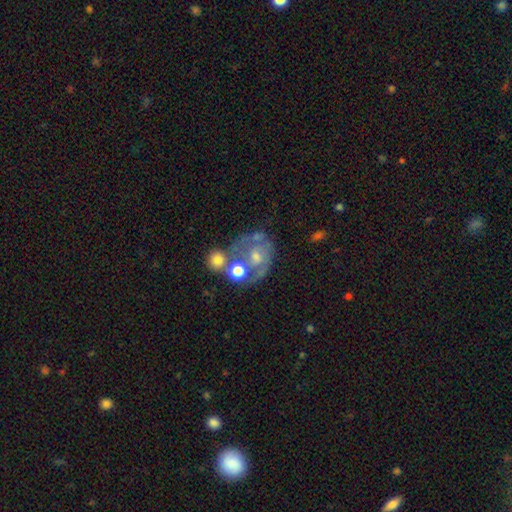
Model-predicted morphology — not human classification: Q: Smooth or featured?
A: featured or disk (61%); runner-up: smooth (22%)
Q: Edge-on disk?
A: no (97%); runner-up: yes (3%)
Q: Bar?
A: no (81%); runner-up: weak (14%)
Q: Spiral arms?
A: no (51%); runner-up: yes (49%)
Q: Bulge size?
A: moderate (51%); runner-up: small (36%)
Q: Merging?
A: none (38%); runner-up: merger (32%)